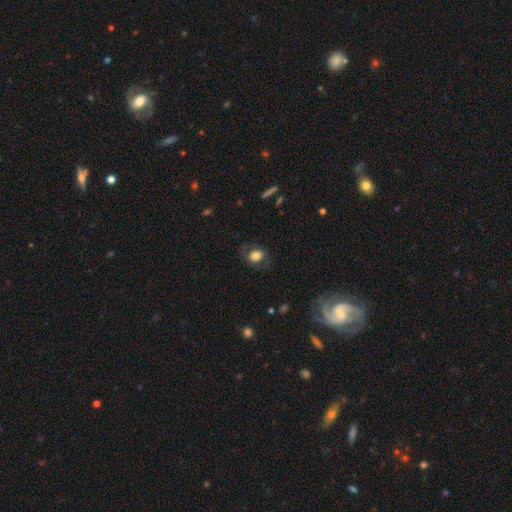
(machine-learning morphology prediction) Q: Smooth or featured?
A: smooth (70%); runner-up: featured or disk (21%)
Q: How rounded?
A: in between (58%); runner-up: round (40%)
Q: Merging?
A: none (70%); runner-up: minor disturbance (17%)